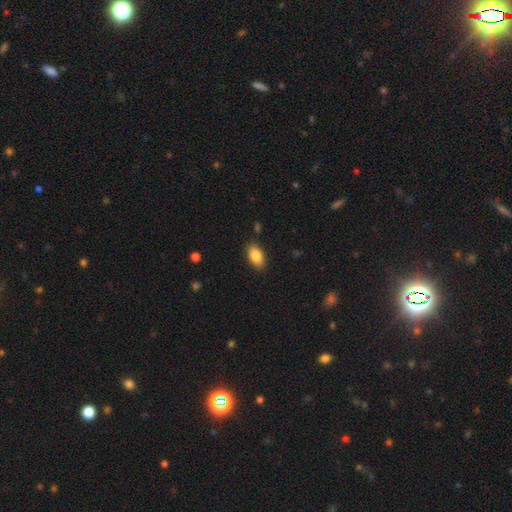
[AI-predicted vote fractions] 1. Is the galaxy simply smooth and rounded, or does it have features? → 87% smooth, 7% star or artifact, 6% featured or disk.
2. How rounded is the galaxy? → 92% in between, 5% round, 3% cigar-shaped.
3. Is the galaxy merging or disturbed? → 86% none, 10% minor disturbance, 2% major disturbance, 1% merger.